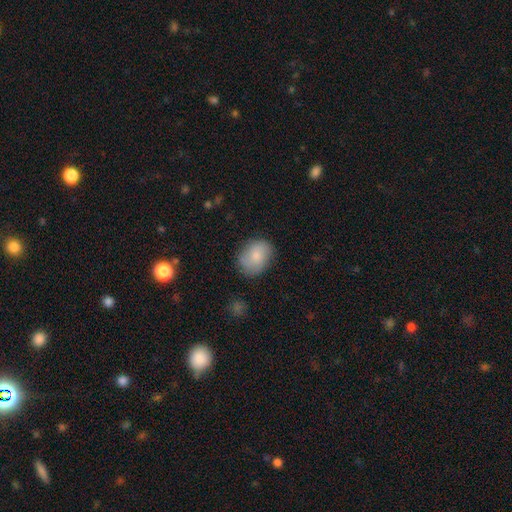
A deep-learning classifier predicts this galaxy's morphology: A smooth galaxy with no disk features (75%) that is in between round and cigar-shaped (62%). Merging: none (75%).